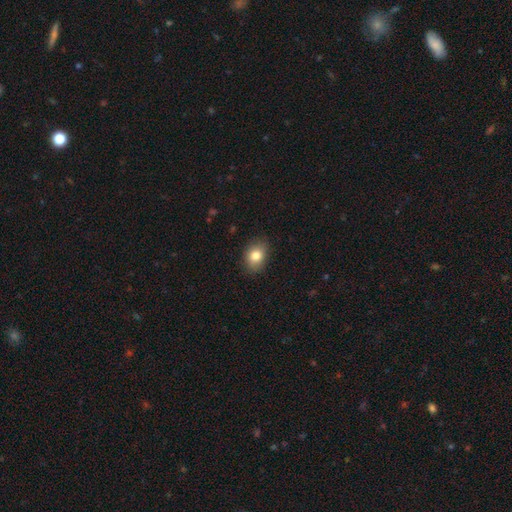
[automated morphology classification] smooth 82%, star or artifact 9%, featured or disk 9%. Down the decision tree: how rounded — in between (64%); merging — none (84%).